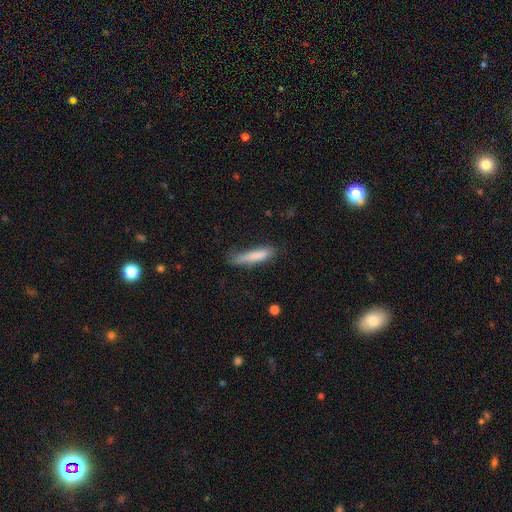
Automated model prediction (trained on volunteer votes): Smooth or featured? Predicted: smooth (p=0.81). How rounded? Predicted: cigar-shaped (p=0.85). Merging? Predicted: none (p=0.61).